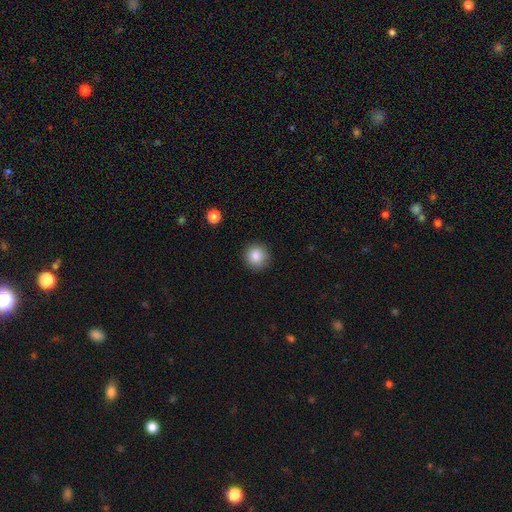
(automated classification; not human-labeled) Morphology: type=smooth (86%); roundness=round (94%); merging=none (91%).